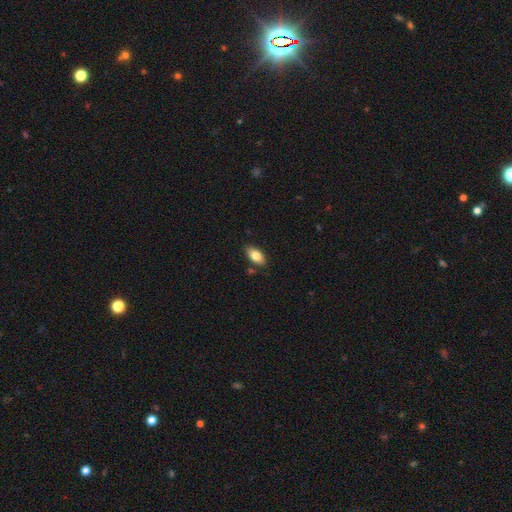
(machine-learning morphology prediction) The model was most divided on "smooth or featured": smooth: 81%, featured or disk: 11%, star or artifact: 7%. More confident: how rounded — in between (92%); merging — none (85%).